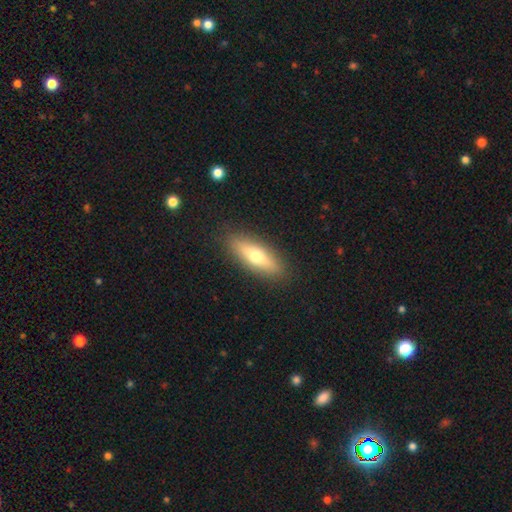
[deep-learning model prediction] A smooth galaxy with no disk features (60%) that is in between round and cigar-shaped (50%). Merging: none (89%).